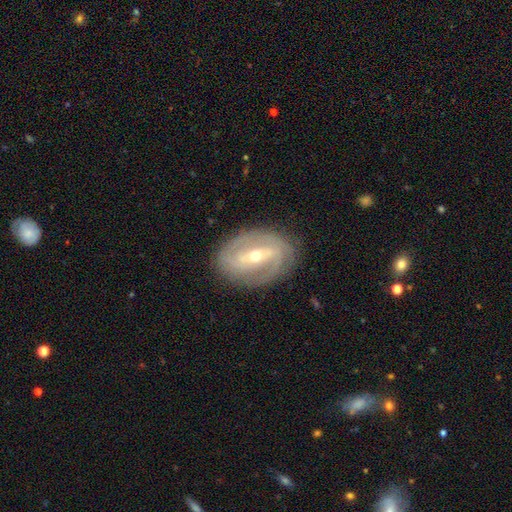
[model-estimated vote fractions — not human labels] This is clearly a featured or disk galaxy (84%). It is clearly not viewed edge-on (94%). Bar: possibly strong (48%). Spiral arm pattern: clearly yes (89%). Spiral arm count: likely 2 (63%). Spiral winding: possibly tight (48%). Central bulge: possibly small (49%). Merging: clearly none (80%).